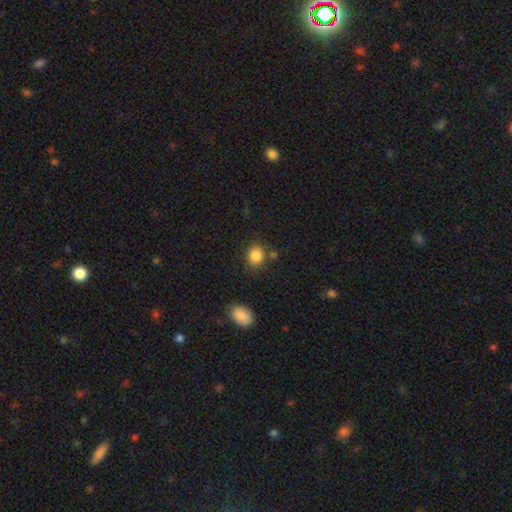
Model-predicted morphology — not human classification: Smooth or featured: smooth — 86% (star or artifact — 9%)
How rounded: round — 63% (in between — 36%)
Merging: none — 76% (minor disturbance — 13%)